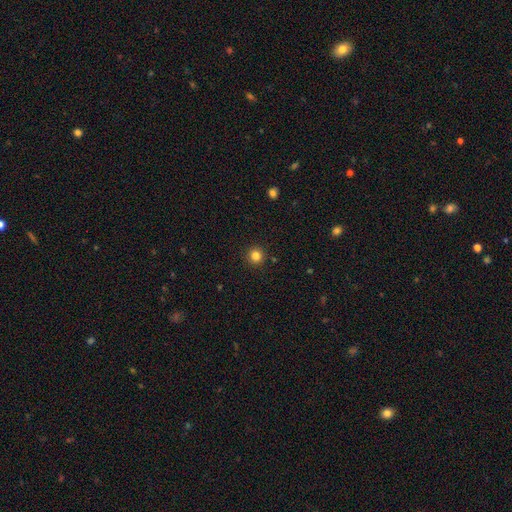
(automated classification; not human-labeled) Smooth or featured: smooth — 83% (star or artifact — 12%)
How rounded: round — 95% (in between — 4%)
Merging: none — 92% (minor disturbance — 5%)